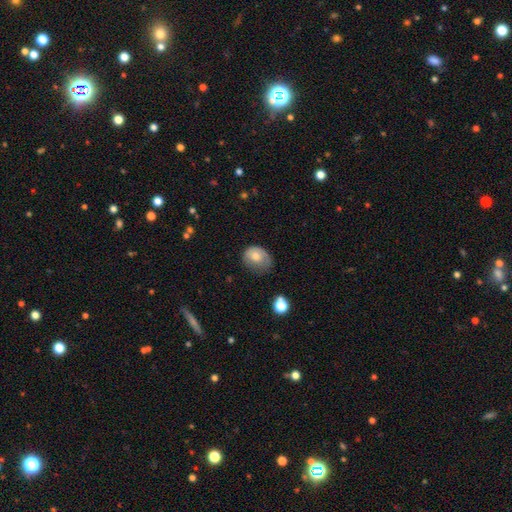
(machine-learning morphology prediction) type=smooth (69%); roundness=round (50%); merging=none (43%).